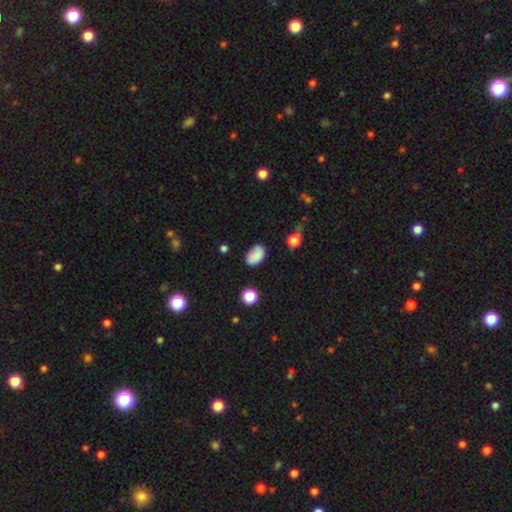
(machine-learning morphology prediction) type=smooth (81%); roundness=in between (87%); merging=none (64%).